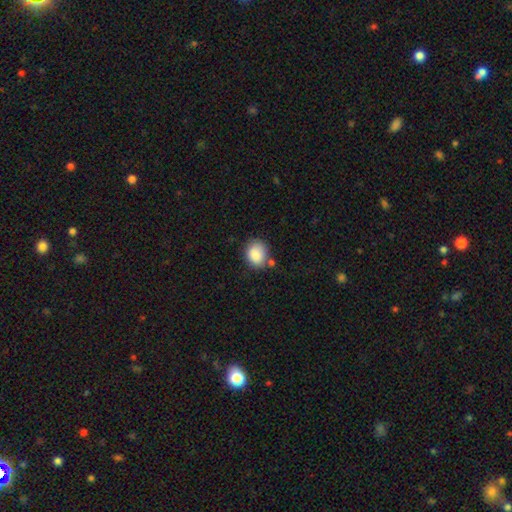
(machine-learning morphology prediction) smooth 87%, star or artifact 8%, featured or disk 5%. Down the decision tree: how rounded — round (58%); merging — none (68%).